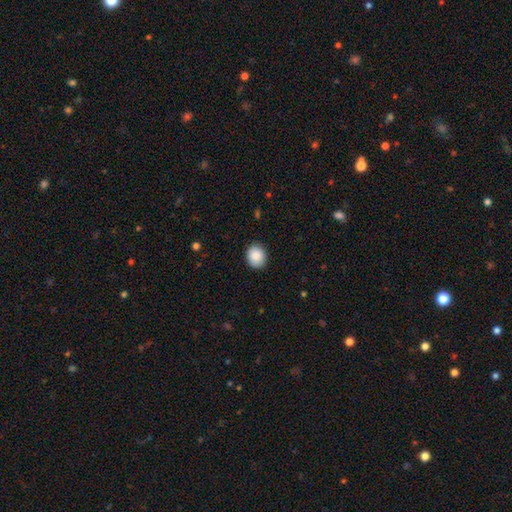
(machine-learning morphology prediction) Q: Smooth or featured?
A: smooth (89%); runner-up: star or artifact (7%)
Q: How rounded?
A: round (60%); runner-up: in between (39%)
Q: Merging?
A: none (87%); runner-up: minor disturbance (10%)